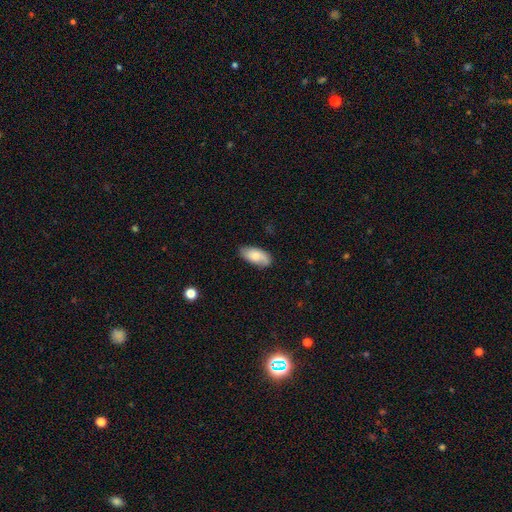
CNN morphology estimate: Smooth or featured? smooth (66%)
How rounded? in between (92%)
Merging? none (76%)